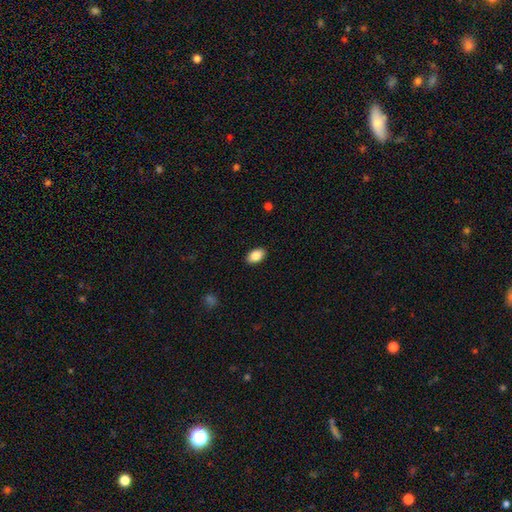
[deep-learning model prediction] smooth_or_featured: smooth (p=0.87) [alt: star or artifact p=0.07]
how_rounded: in between (p=0.92) [alt: round p=0.07]
merging: none (p=0.90) [alt: minor disturbance p=0.08]